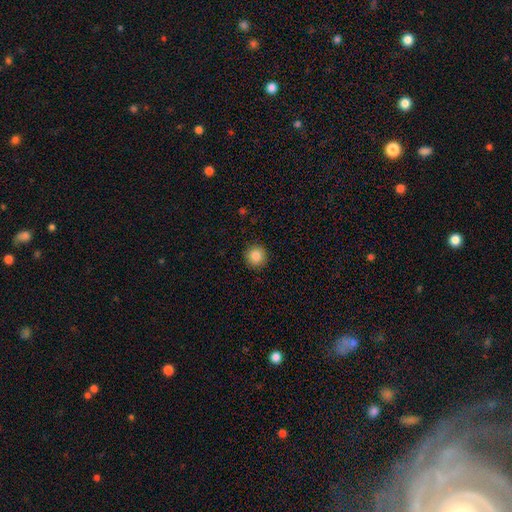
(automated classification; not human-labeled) Smooth or featured?
  - smooth: 86% *
  - star or artifact: 9%
  - featured or disk: 5%
How rounded?
  - round: 94% *
  - in between: 6%
  - cigar-shaped: 1%
Merging?
  - none: 91% *
  - minor disturbance: 6%
  - major disturbance: 2%
  - merger: 1%